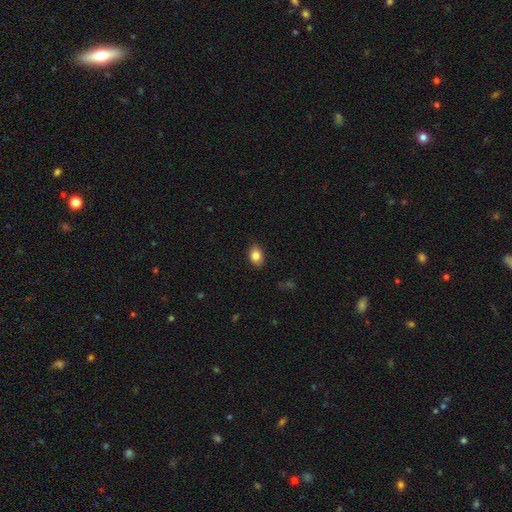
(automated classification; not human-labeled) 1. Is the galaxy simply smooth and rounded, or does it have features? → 85% smooth, 8% star or artifact, 7% featured or disk.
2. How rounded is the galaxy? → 79% in between, 20% round, 1% cigar-shaped.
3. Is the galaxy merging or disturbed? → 87% none, 10% minor disturbance, 2% major disturbance, 1% merger.